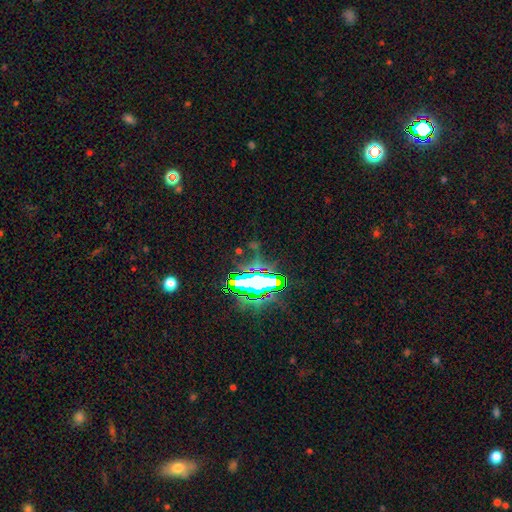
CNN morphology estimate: A star or artifact, not a galaxy (72%).